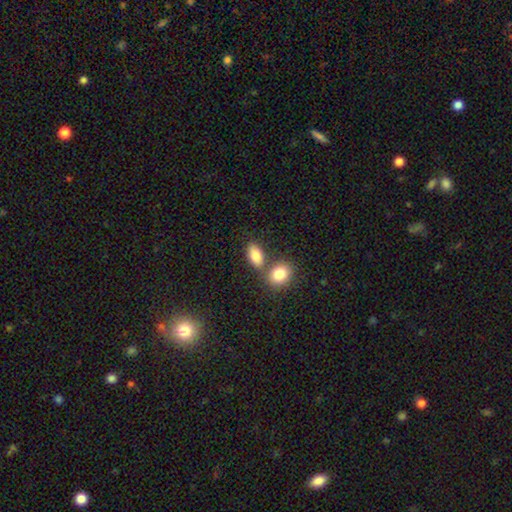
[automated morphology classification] Smooth or featured? smooth (85%)
How rounded? in between (85%)
Merging? none (56%)